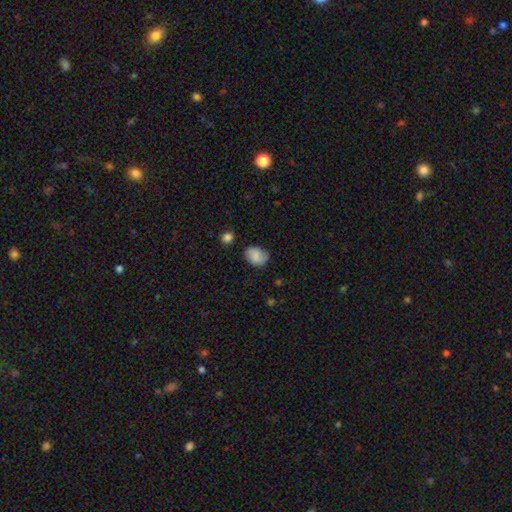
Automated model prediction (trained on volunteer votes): Overall: smooth (78%). How rounded: in between (65%; round 33%). Merging: none (73%).